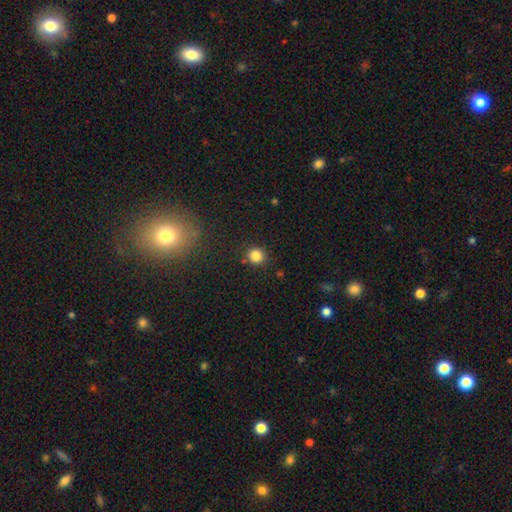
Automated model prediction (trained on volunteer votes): A smooth galaxy with no disk features (84%) that is round (89%).

Vote fractions:
- Smooth or featured? smooth: 84% / star or artifact: 12% / featured or disk: 4%
- How rounded? round: 89% / in between: 10% / cigar-shaped: 1%
- Merging? none: 86% / minor disturbance: 8% / major disturbance: 3% / merger: 3%